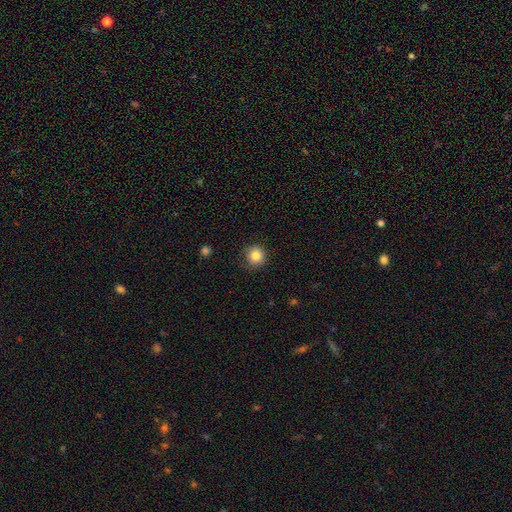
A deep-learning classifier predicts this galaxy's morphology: This appears to be a smooth galaxy with no disk features (84%) that is round (93%). Merging: none (83%).